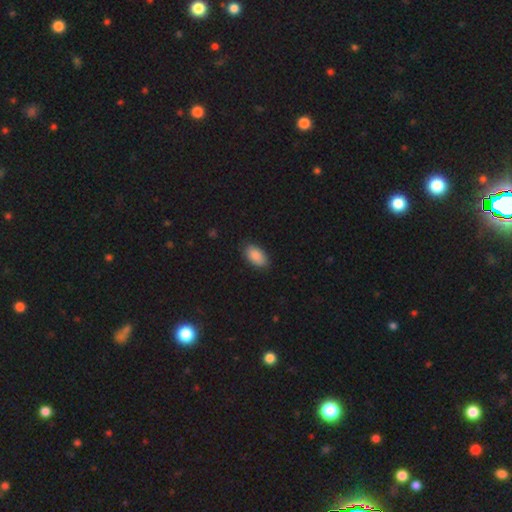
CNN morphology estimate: smooth-or-featured: smooth: 89% | star or artifact: 7% | featured or disk: 4%
  how-rounded: in between: 94% | round: 4% | cigar-shaped: 2%
  merging: none: 85% | minor disturbance: 12% | major disturbance: 2% | merger: 1%